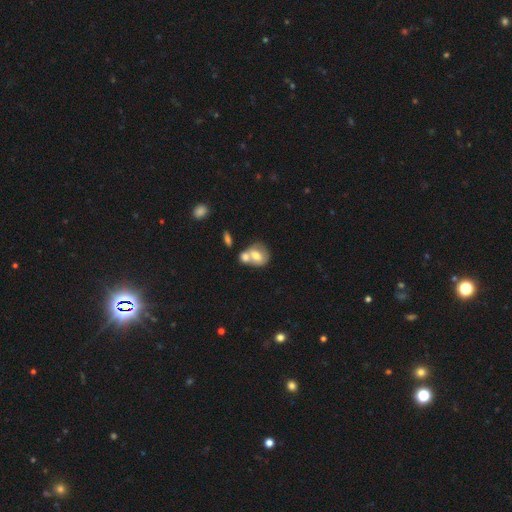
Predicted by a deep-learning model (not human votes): The model was most divided on "how rounded": round: 51%, in between: 47%, cigar-shaped: 2%. More confident: smooth or featured — smooth (63%); merging — merger (61%).